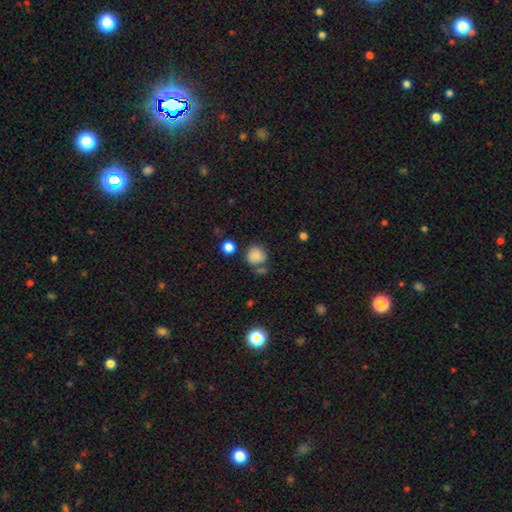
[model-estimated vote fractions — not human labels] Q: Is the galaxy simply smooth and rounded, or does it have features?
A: smooth — 82%.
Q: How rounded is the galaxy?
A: round — 87%.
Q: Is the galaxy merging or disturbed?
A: none — 63%.